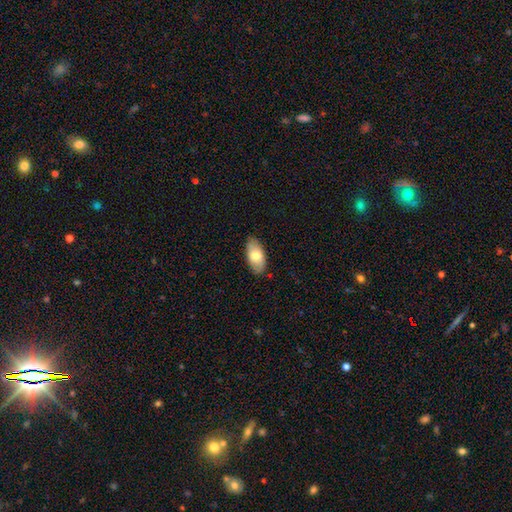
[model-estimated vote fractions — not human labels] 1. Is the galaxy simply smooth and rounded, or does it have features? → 71% smooth, 23% featured or disk, 6% star or artifact.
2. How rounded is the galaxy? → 93% in between, 4% cigar-shaped, 3% round.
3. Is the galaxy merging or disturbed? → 85% none, 12% minor disturbance, 2% major disturbance, 1% merger.